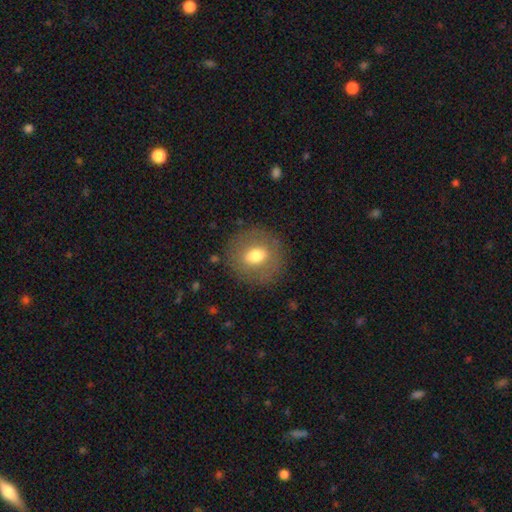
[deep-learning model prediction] This appears to be a smooth galaxy with no disk features (61%) that is round (79%). Merging: none (85%).